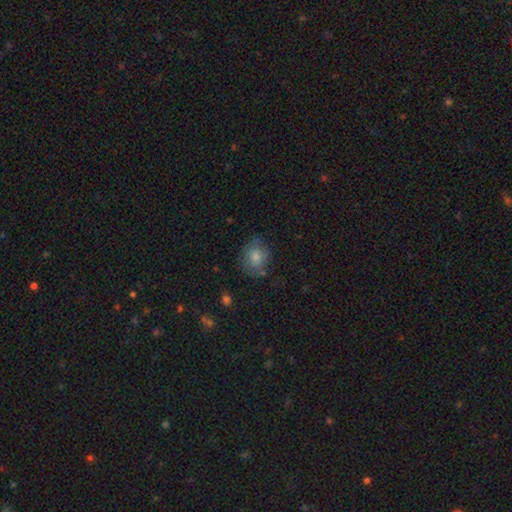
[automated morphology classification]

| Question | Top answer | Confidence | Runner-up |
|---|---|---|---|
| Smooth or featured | smooth | 70% | featured or disk (15%) |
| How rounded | round | 71% | in between (28%) |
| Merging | none | 73% | minor disturbance (19%) |